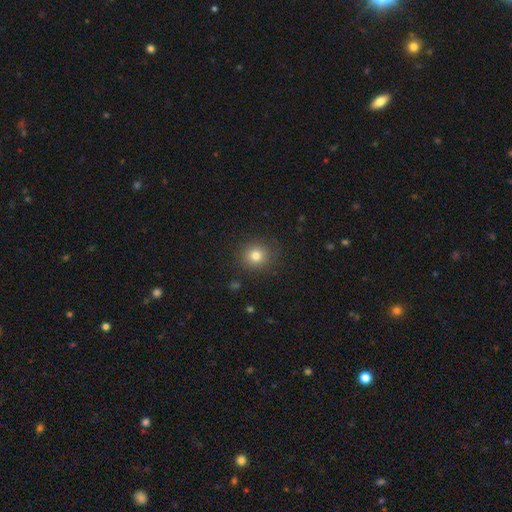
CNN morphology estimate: type=smooth (79%); roundness=round (88%); merging=none (88%).